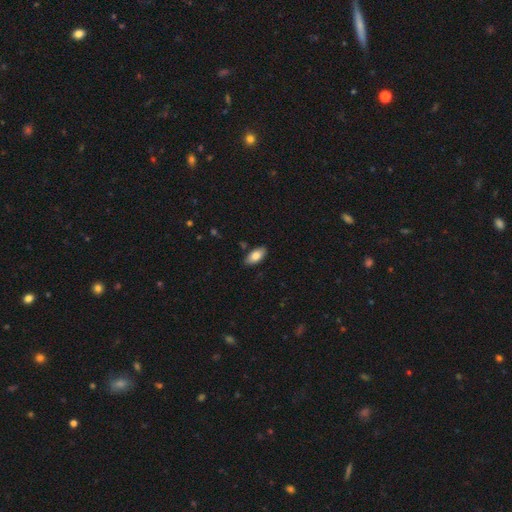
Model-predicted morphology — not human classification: A smooth galaxy with no disk features (81%) that is in between round and cigar-shaped (93%). Merging: none (86%).